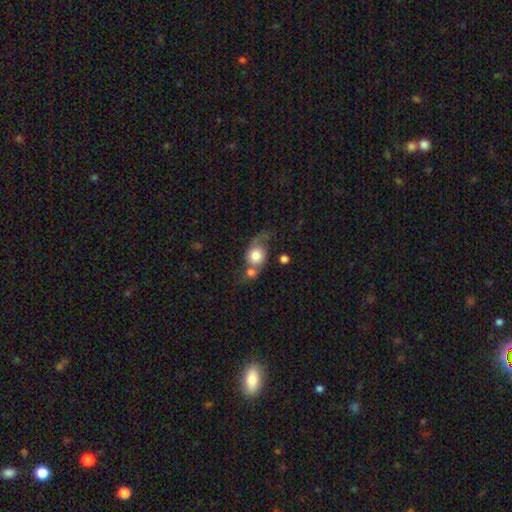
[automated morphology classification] This appears to be a smooth galaxy with no disk features (62%) that is round (70%). Merging: merger (52%).